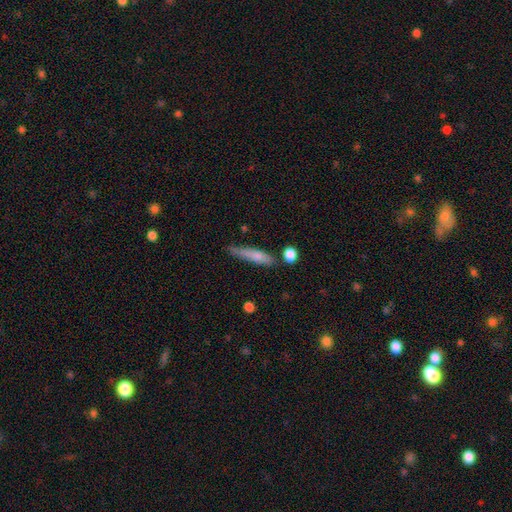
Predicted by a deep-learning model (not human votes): smooth-or-featured: smooth: 70% | featured or disk: 23% | star or artifact: 7%
  how-rounded: cigar-shaped: 85% | in between: 13% | round: 2%
  merging: none: 62% | minor disturbance: 25% | merger: 7% | major disturbance: 6%